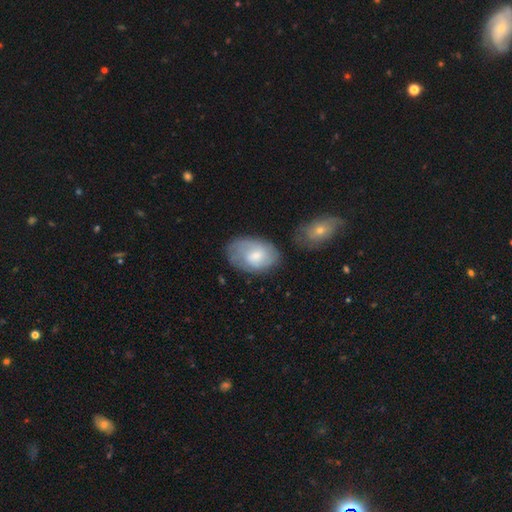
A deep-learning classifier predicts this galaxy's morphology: Smooth or featured? smooth (56%)
How rounded? in between (86%)
Merging? none (60%)